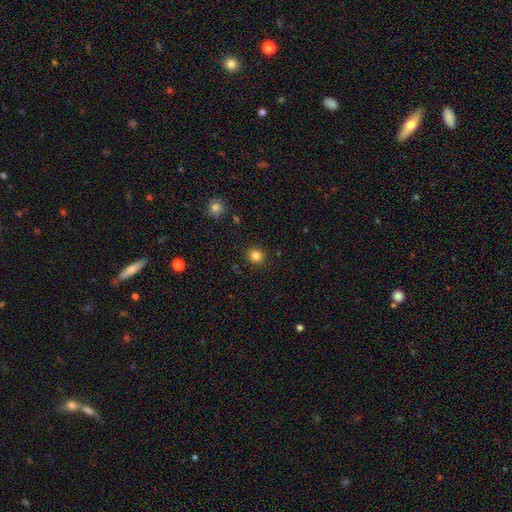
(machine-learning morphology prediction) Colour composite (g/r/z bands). It shows a smooth galaxy with no disk features (83%) that is round (88%). Merging: none (90%).